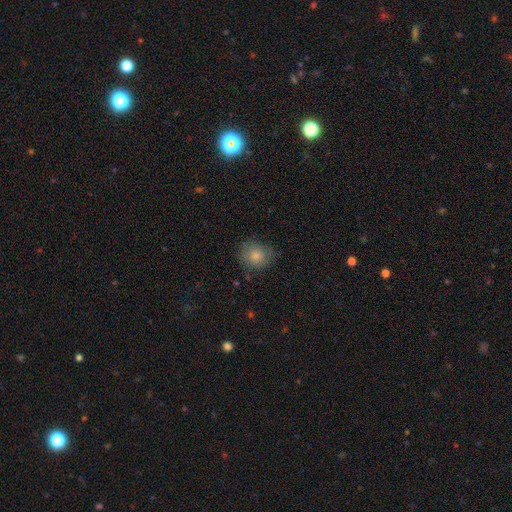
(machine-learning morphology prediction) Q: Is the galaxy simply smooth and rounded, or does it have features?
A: smooth — 83%.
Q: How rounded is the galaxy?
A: round — 82%.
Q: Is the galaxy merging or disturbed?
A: none — 78%.